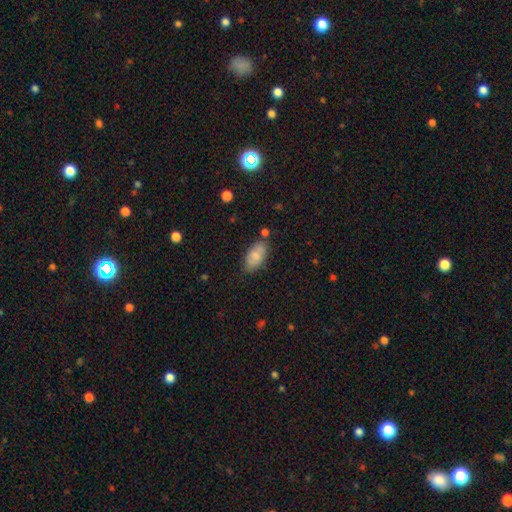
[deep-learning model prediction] Smooth or featured?
  - smooth: 80% *
  - featured or disk: 13%
  - star or artifact: 7%
How rounded?
  - in between: 93% *
  - cigar-shaped: 4%
  - round: 3%
Merging?
  - none: 73% *
  - minor disturbance: 18%
  - merger: 6%
  - major disturbance: 4%